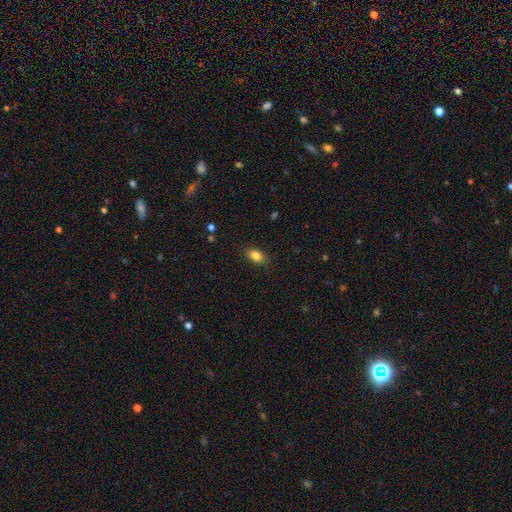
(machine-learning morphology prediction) A smooth galaxy with no disk features (83%) that is in between round and cigar-shaped (84%). Merging: none (86%).